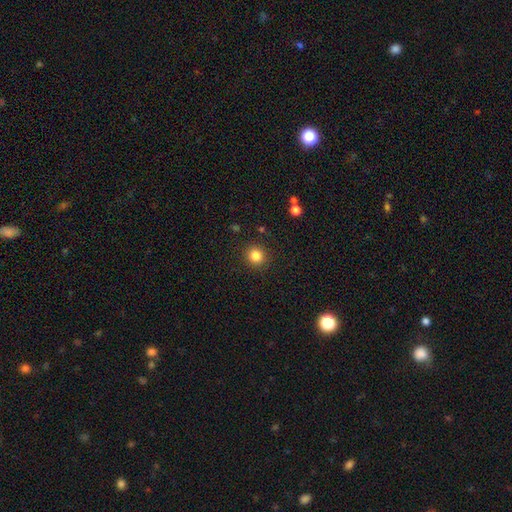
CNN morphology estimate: A smooth galaxy with no disk features (84%) that is round (91%).

Vote fractions:
- Smooth or featured? smooth: 84% / star or artifact: 11% / featured or disk: 5%
- How rounded? round: 91% / in between: 8% / cigar-shaped: 1%
- Merging? none: 91% / minor disturbance: 6% / major disturbance: 2% / merger: 1%